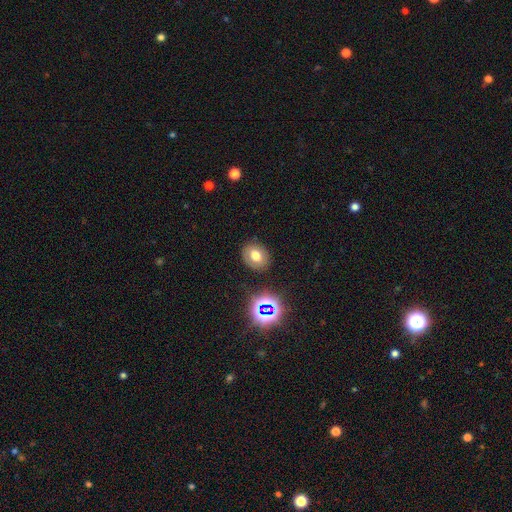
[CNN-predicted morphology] The model was most divided on "how rounded": round: 52%, in between: 47%, cigar-shaped: 1%. More confident: merging — none (85%); smooth or featured — smooth (66%).